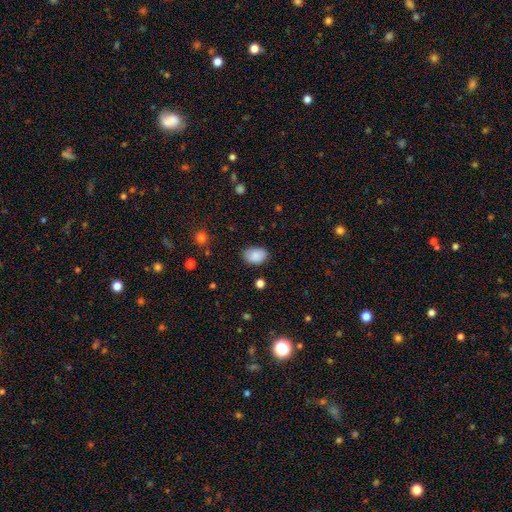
Smooth or featured? 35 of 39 (90%) said smooth. How rounded? 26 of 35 (74%) said in between. Merging? 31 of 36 (86%) said none.